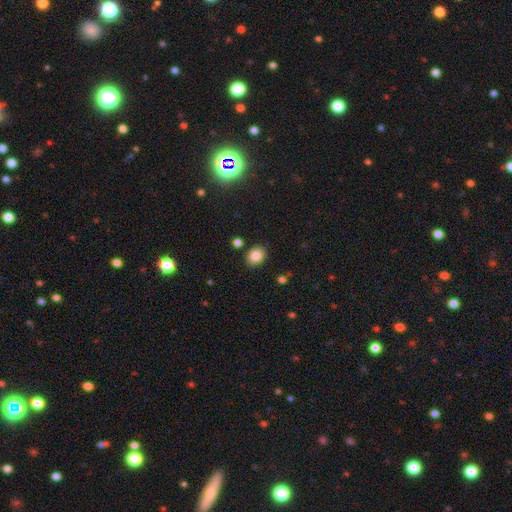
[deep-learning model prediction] A smooth galaxy with no disk features (84%) that is in between round and cigar-shaped (56%).

Vote fractions:
- Smooth or featured? smooth: 84% / star or artifact: 10% / featured or disk: 6%
- How rounded? in between: 56% / round: 44% / cigar-shaped: 1%
- Merging? none: 85% / minor disturbance: 9% / merger: 3% / major disturbance: 2%